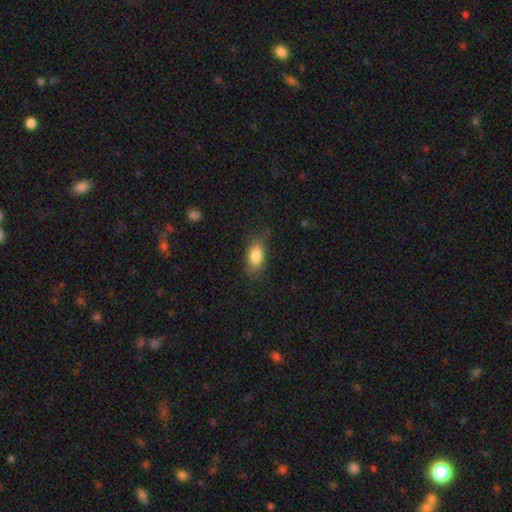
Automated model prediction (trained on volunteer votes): Smooth or featured? smooth (85%)
How rounded? in between (86%)
Merging? none (79%)